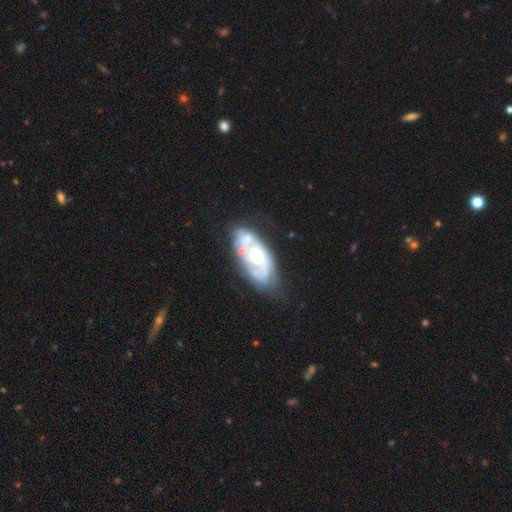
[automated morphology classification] Smooth or featured?
  - featured or disk: 74% *
  - smooth: 20%
  - star or artifact: 6%
Edge-on disk?
  - no: 95% *
  - yes: 5%
Bar?
  - no: 77% *
  - weak: 19%
  - strong: 4%
Spiral arms?
  - yes: 71% *
  - no: 29%
Bulge size?
  - moderate: 50% *
  - small: 39%
  - large: 6%
  - none: 4%
  - dominant: 1%
Merging?
  - none: 45% *
  - minor disturbance: 25%
  - major disturbance: 16%
  - merger: 14%